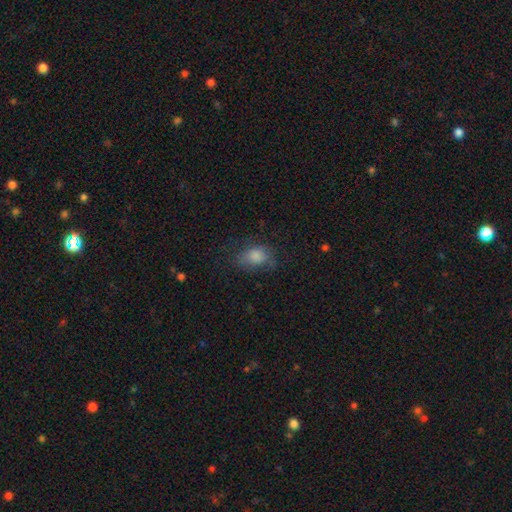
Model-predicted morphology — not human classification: A smooth galaxy with no disk features (77%) that is in between round and cigar-shaped (73%). Merging: none (59%).